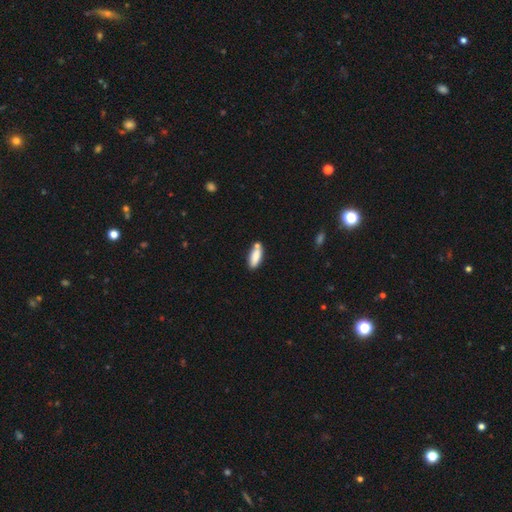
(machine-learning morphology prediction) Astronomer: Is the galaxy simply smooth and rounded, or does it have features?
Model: smooth — 84%.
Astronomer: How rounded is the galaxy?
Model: in between — 69%.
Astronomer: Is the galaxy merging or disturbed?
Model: none — 65%.